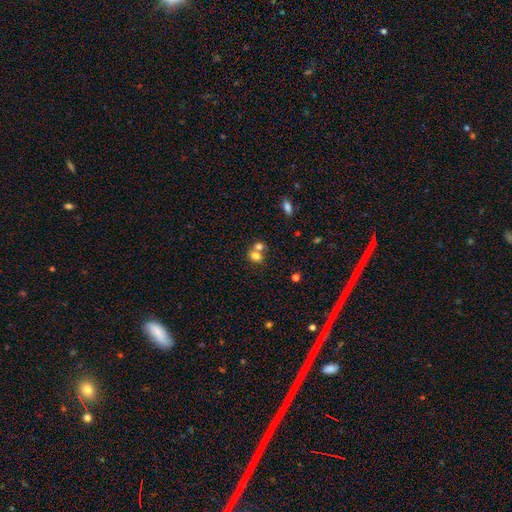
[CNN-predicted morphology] This is likely a smooth galaxy (76%). How rounded: likely in between (63%). Merging: possibly merger (52%).